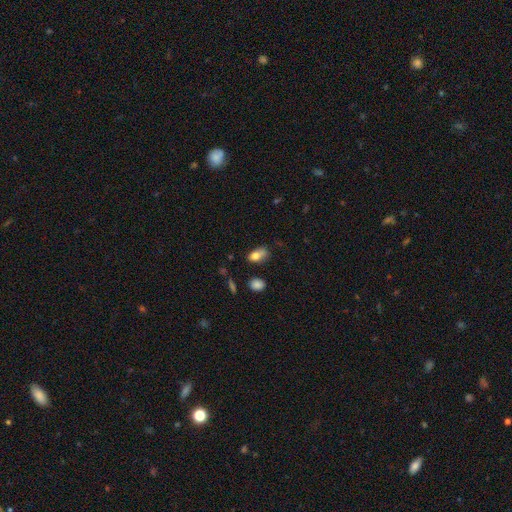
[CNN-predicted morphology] Overall: smooth (76%). How rounded: in between (82%). Merging: none (43%; minor disturbance 33%).